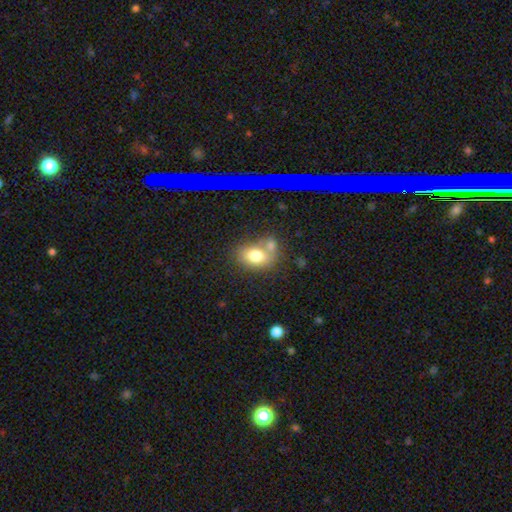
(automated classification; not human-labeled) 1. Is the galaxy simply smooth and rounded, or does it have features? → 75% smooth, 13% featured or disk, 12% star or artifact.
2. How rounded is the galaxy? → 65% in between, 34% round, 1% cigar-shaped.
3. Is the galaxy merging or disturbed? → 52% none, 28% merger, 15% minor disturbance, 6% major disturbance.